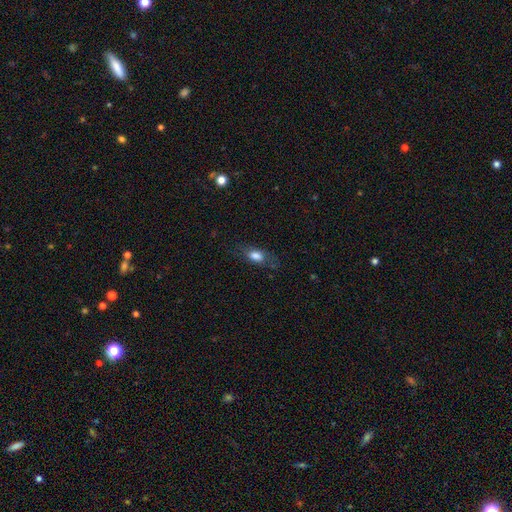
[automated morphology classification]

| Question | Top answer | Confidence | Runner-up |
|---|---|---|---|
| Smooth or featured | smooth | 73% | featured or disk (18%) |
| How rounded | in between | 77% | cigar-shaped (14%) |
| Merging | none | 67% | minor disturbance (20%) |